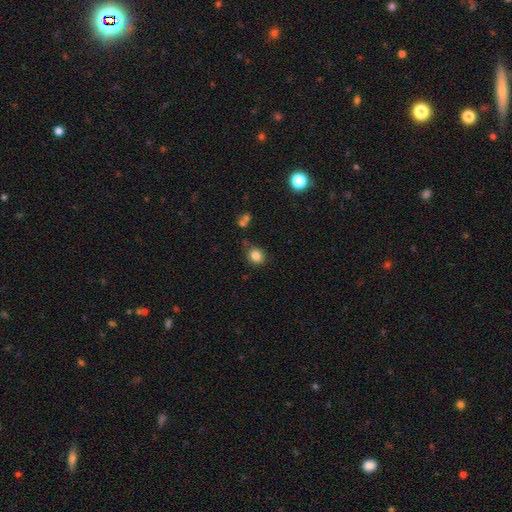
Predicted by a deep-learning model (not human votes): Smooth or featured: smooth — 84% (star or artifact — 10%)
How rounded: round — 62% (in between — 37%)
Merging: none — 74% (minor disturbance — 17%)